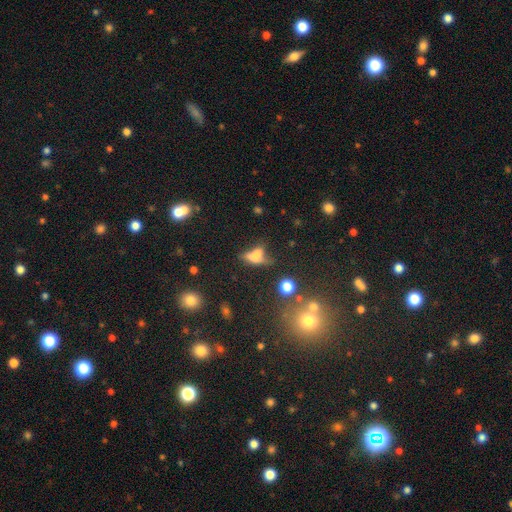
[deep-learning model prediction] The model was most divided on "merging": none: 35%, merger: 23%, major disturbance: 21%, minor disturbance: 20%. More confident: how rounded — in between (62%); smooth or featured — smooth (52%).